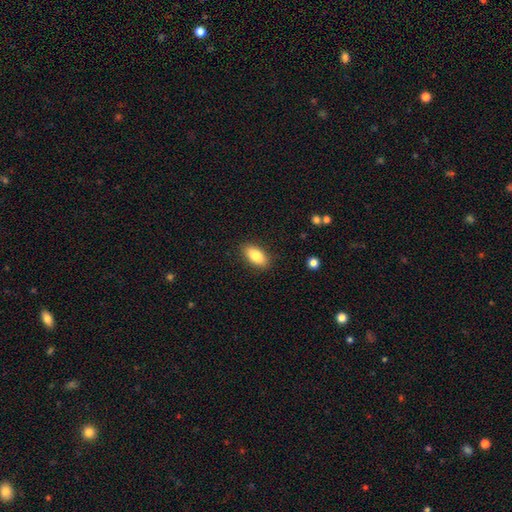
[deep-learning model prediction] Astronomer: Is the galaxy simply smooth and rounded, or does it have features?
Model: smooth — 84%.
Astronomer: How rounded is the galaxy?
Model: in between — 89%.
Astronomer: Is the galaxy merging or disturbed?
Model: none — 88%.